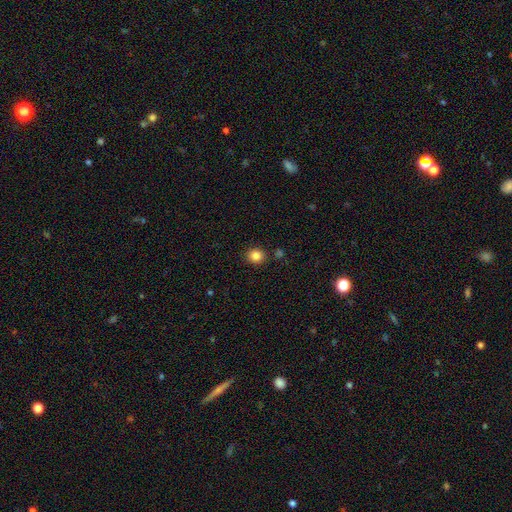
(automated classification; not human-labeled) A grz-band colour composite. It shows a smooth galaxy with no disk features (85%) that is round (82%). Merging: none (87%).